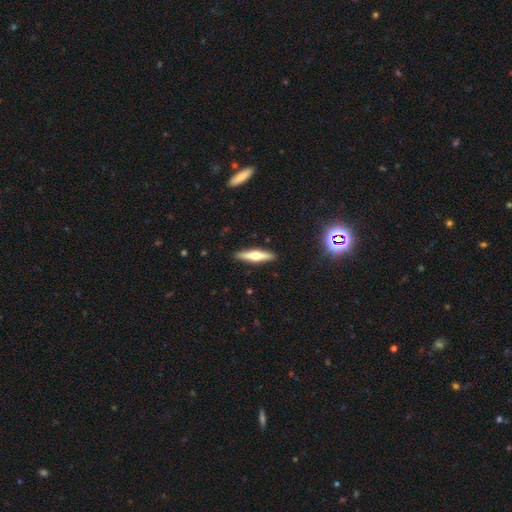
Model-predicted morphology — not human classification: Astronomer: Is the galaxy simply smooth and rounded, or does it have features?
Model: featured or disk — 56% (runner-up: smooth, 38%).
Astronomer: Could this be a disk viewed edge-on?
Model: yes — 96%.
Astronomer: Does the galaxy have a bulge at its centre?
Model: rounded — 92%.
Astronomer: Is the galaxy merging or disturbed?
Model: none — 91%.